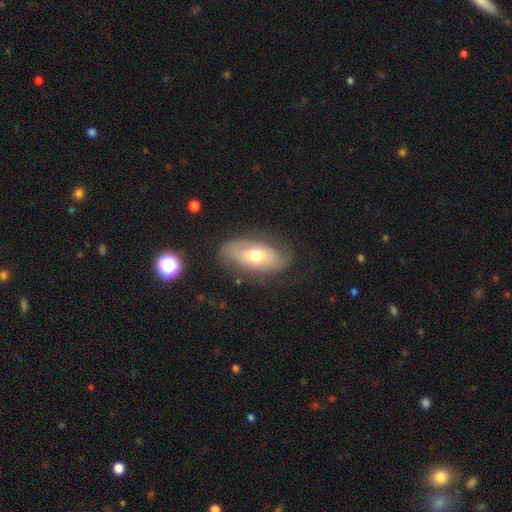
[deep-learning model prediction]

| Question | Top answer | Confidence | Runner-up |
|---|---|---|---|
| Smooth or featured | featured or disk | 53% | smooth (40%) |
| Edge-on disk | no | 87% | yes (13%) |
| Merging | none | 64% | minor disturbance (23%) |